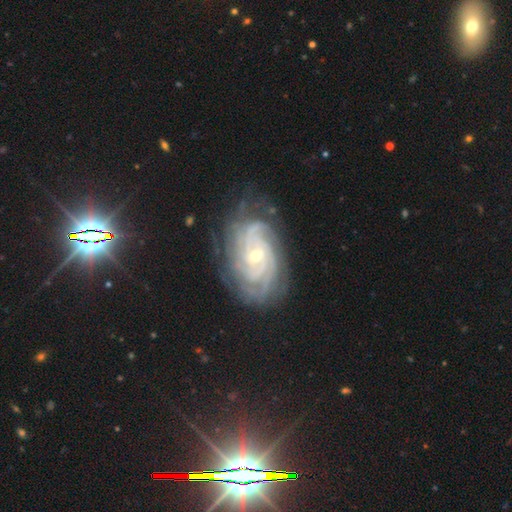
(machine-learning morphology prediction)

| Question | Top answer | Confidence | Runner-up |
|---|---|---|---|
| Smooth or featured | featured or disk | 90% | star or artifact (5%) |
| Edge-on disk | no | 96% | yes (4%) |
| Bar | no | 60% | weak (29%) |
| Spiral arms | yes | 98% | no (2%) |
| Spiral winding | tight | 79% | medium (18%) |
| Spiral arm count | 4 | 25% | can't tell (22%) |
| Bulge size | small | 59% | moderate (38%) |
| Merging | none | 76% | minor disturbance (16%) |